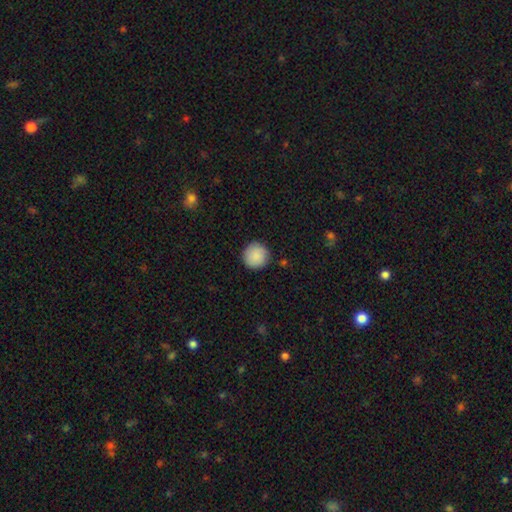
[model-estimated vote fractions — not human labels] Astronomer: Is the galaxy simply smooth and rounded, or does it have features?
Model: smooth — 89%.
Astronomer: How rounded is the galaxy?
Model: round — 95%.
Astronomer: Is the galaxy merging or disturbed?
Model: none — 89%.